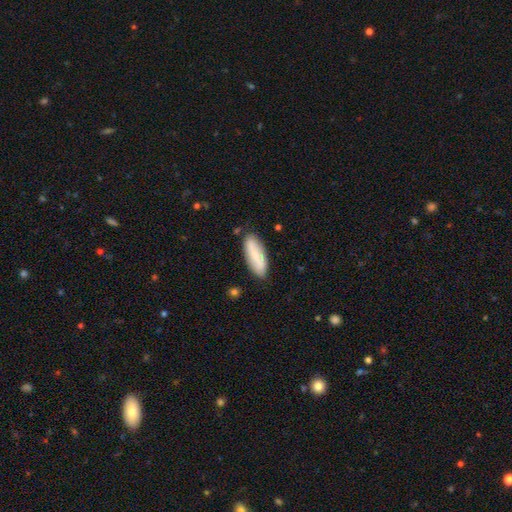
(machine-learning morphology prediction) Smooth or featured?
  - smooth: 72% *
  - featured or disk: 22%
  - star or artifact: 6%
How rounded?
  - in between: 59% *
  - cigar-shaped: 40%
  - round: 2%
Merging?
  - none: 81% *
  - minor disturbance: 14%
  - major disturbance: 3%
  - merger: 2%